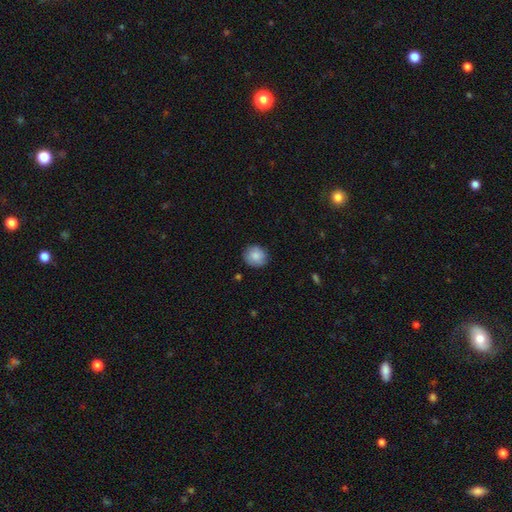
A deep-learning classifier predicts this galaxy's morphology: This appears to be a smooth galaxy with no disk features (85%) that is round (84%). Merging: none (85%).